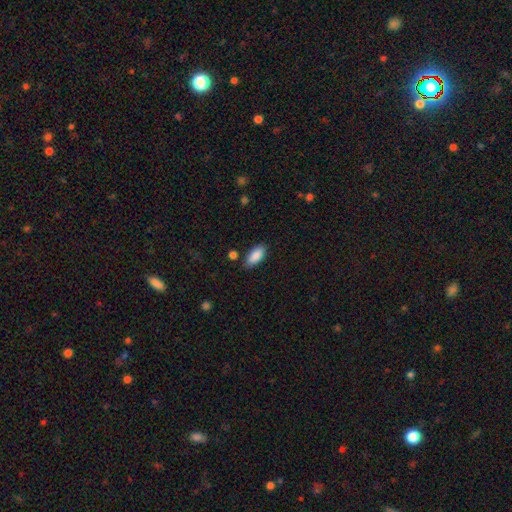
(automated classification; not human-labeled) smooth_or_featured: smooth (p=0.88) [alt: star or artifact p=0.07]
how_rounded: in between (p=0.89) [alt: cigar-shaped p=0.09]
merging: none (p=0.82) [alt: minor disturbance p=0.13]